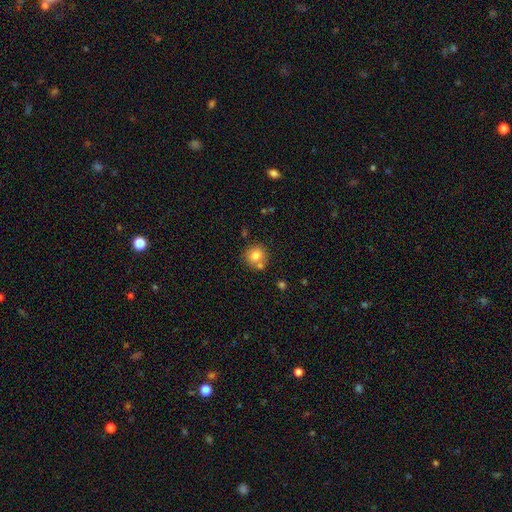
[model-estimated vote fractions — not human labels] Smooth or featured?
  - smooth: 78% *
  - featured or disk: 11%
  - star or artifact: 11%
How rounded?
  - round: 90% *
  - in between: 10%
  - cigar-shaped: 1%
Merging?
  - none: 69% *
  - merger: 18%
  - minor disturbance: 10%
  - major disturbance: 3%